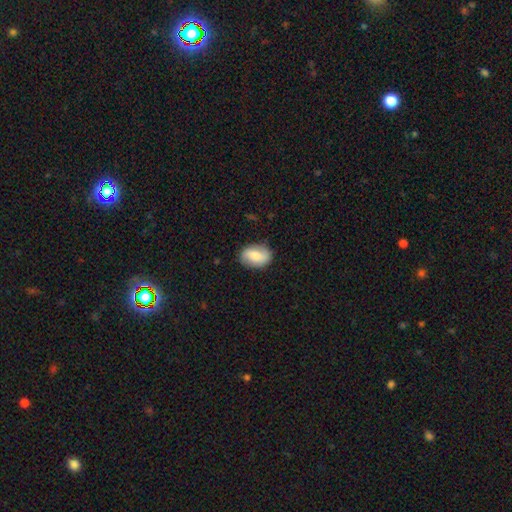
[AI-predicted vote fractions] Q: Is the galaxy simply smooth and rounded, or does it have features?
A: smooth — 62%.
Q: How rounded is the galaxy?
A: in between — 79%.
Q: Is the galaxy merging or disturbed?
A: none — 81%.